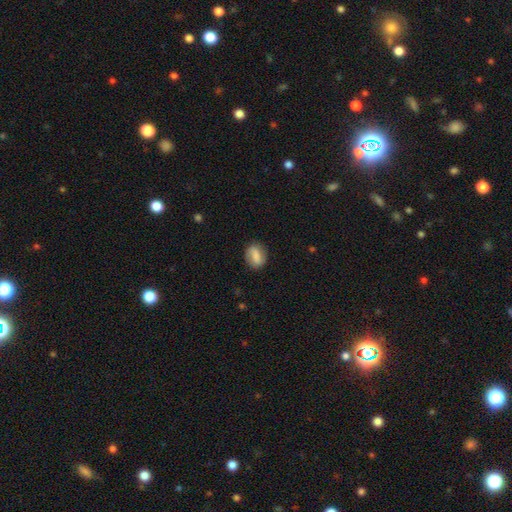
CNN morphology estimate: This is likely a smooth galaxy (69%). How rounded: likely in between (62%). Merging: clearly none (82%).